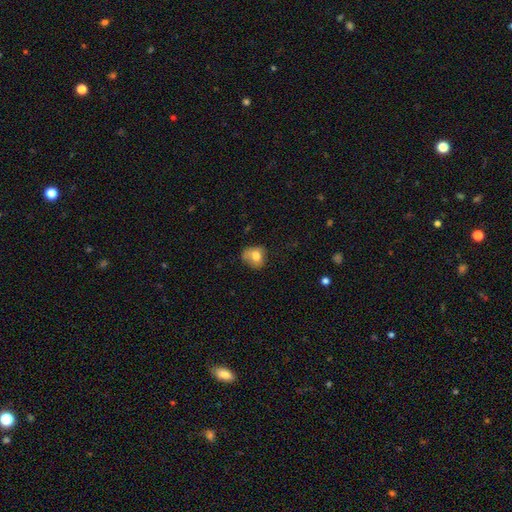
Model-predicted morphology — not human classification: smooth-or-featured: smooth: 76% | featured or disk: 14% | star or artifact: 10%
  how-rounded: round: 53% | in between: 46% | cigar-shaped: 1%
  merging: none: 43% | minor disturbance: 34% | major disturbance: 18% | merger: 4%